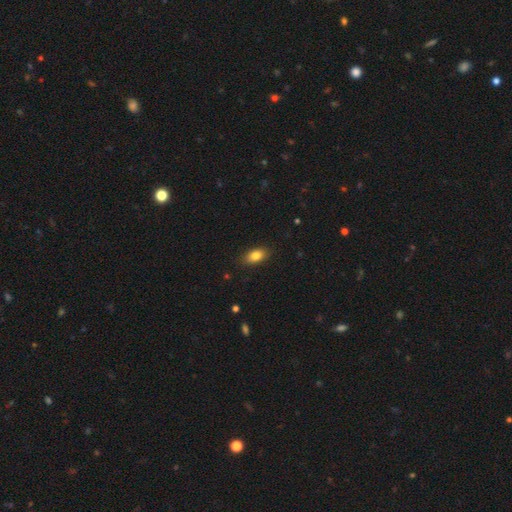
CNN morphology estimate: A smooth galaxy with no disk features (83%) that is in between round and cigar-shaped (87%).

Vote fractions:
- Smooth or featured? smooth: 83% / featured or disk: 9% / star or artifact: 8%
- How rounded? in between: 87% / round: 7% / cigar-shaped: 5%
- Merging? none: 86% / minor disturbance: 11% / major disturbance: 2% / merger: 1%